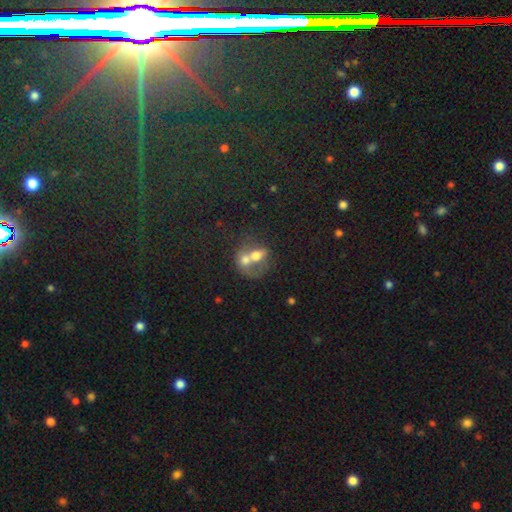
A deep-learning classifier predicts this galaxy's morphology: A smooth galaxy with no disk features (54%) that is in between round and cigar-shaped (55%).

Vote fractions:
- Smooth or featured? smooth: 54% / featured or disk: 35% / star or artifact: 12%
- How rounded? in between: 55% / round: 44% / cigar-shaped: 2%
- Merging? merger: 76% / none: 13% / major disturbance: 6% / minor disturbance: 5%